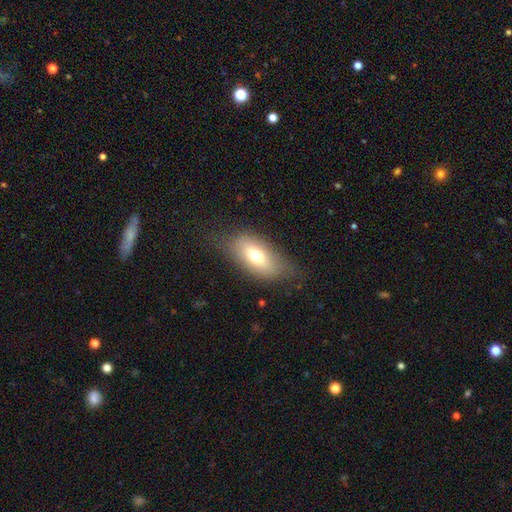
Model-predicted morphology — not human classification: smooth_or_featured: smooth (p=0.67) [alt: featured or disk p=0.24]
how_rounded: in between (p=0.87) [alt: cigar-shaped p=0.07]
merging: none (p=0.71) [alt: minor disturbance p=0.20]